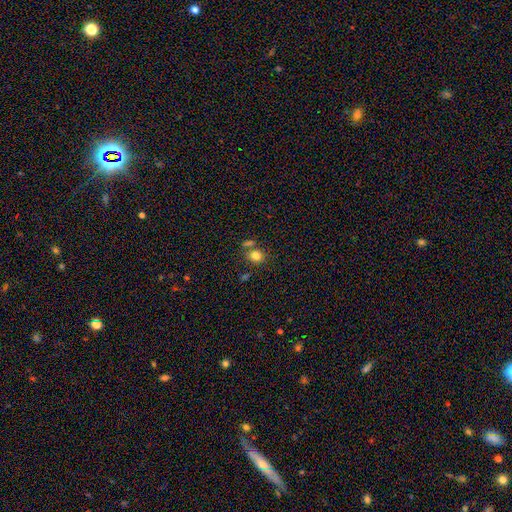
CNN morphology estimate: This is likely a smooth galaxy (79%). How rounded: likely round (63%). Merging: likely none (64%).